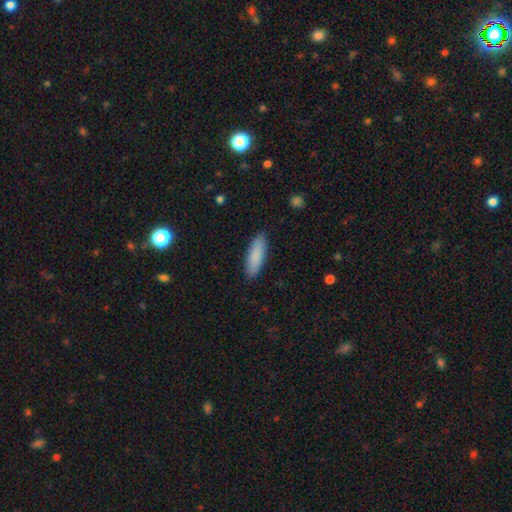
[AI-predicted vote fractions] The model was most divided on "how rounded": in between: 50%, cigar-shaped: 48%, round: 2%. More confident: merging — none (89%); smooth or featured — smooth (86%).